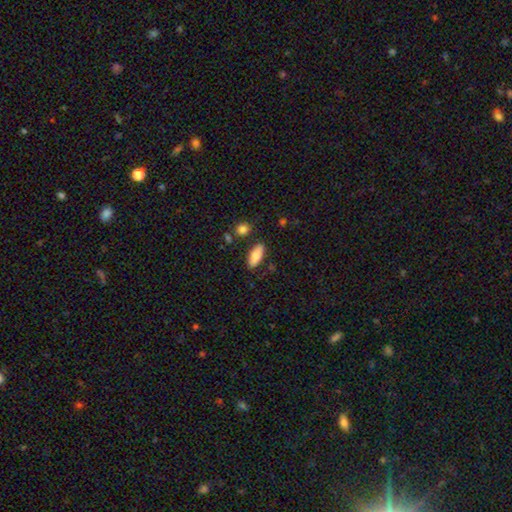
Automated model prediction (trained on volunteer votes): smooth-or-featured: smooth: 84% | featured or disk: 9% | star or artifact: 6%
  how-rounded: in between: 81% | cigar-shaped: 17% | round: 2%
  merging: none: 82% | minor disturbance: 12% | merger: 3% | major disturbance: 3%